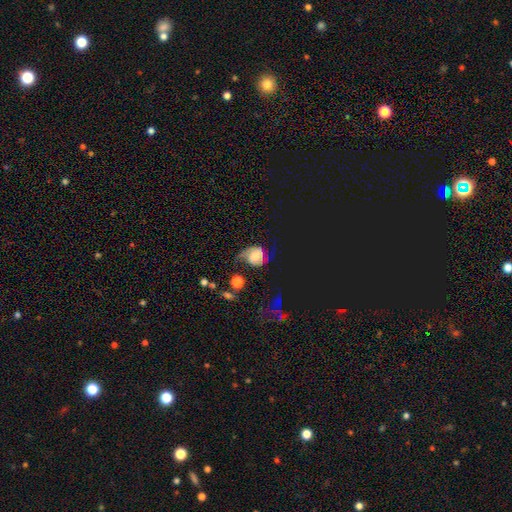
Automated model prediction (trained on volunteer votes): smooth-or-featured: featured or disk: 59% | smooth: 24% | star or artifact: 17%
  disk-edge-on: no: 97% | yes: 3%
    bar: no: 56% | weak: 35% | strong: 9%
    has-spiral-arms: yes: 91% | no: 9%
      spiral-winding: medium: 44% | tight: 29% | loose: 27%
      spiral-arm-count: 2: 74% | 1: 11% | can't tell: 9% | 3: 3% | 4: 2% | more than 4: 2%
    bulge-size: small: 40% | moderate: 33% | none: 14% | large: 9% | dominant: 3%
  merging: none: 51% | minor disturbance: 25% | major disturbance: 20% | merger: 5%